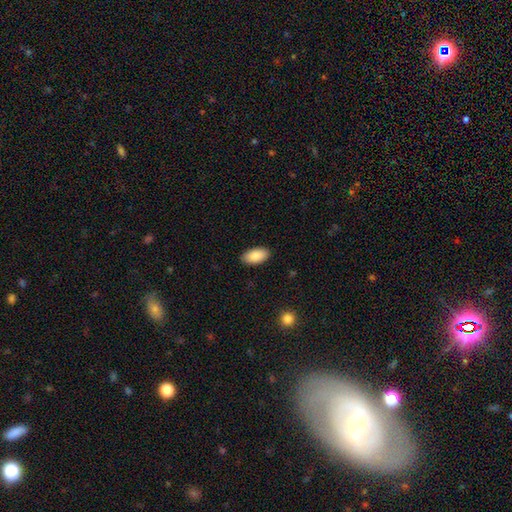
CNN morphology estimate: Smooth or featured? Predicted: smooth (p=0.87). How rounded? Predicted: in between (p=0.95). Merging? Predicted: none (p=0.89).